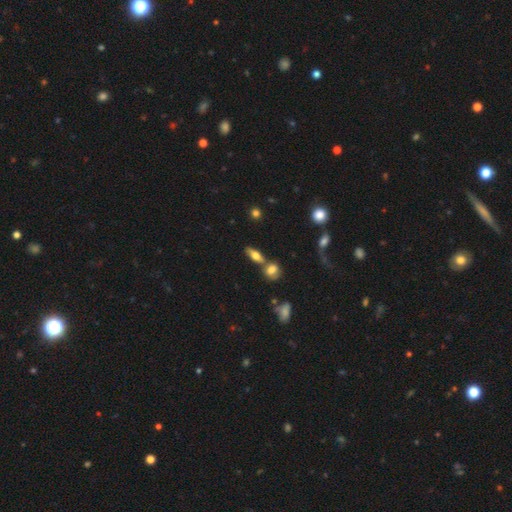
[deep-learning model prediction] Morphology: type=smooth (59%); roundness=in between (64%); merging=none (57%).